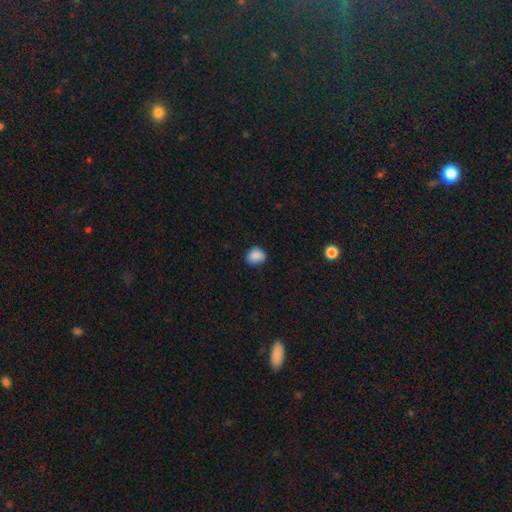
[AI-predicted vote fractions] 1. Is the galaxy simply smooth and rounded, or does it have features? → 87% smooth, 9% star or artifact, 4% featured or disk.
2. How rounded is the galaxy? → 54% round, 45% in between, 1% cigar-shaped.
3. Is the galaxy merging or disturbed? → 77% none, 19% minor disturbance, 3% major disturbance, 1% merger.